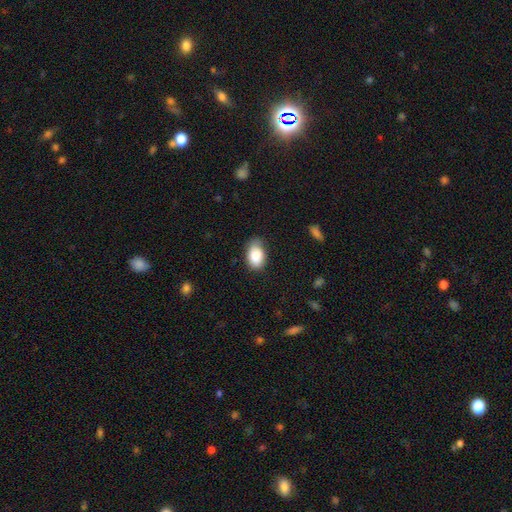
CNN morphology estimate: This appears to be a smooth galaxy with no disk features (86%) that is in between round and cigar-shaped (88%). Merging: none (63%).